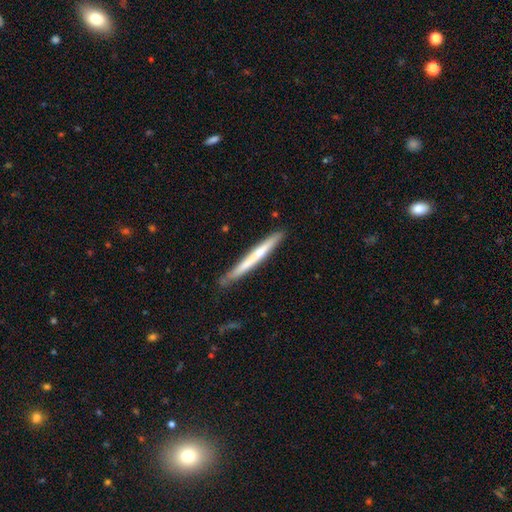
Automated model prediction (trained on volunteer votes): Overall: featured or disk (52%; smooth 42%). Edge-on disk: yes (95%). Merging: none (82%).